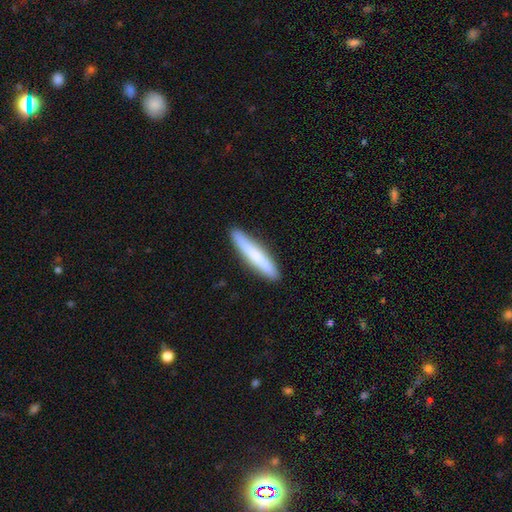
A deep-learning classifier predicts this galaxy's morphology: Smooth or featured?
  - smooth: 71% *
  - featured or disk: 23%
  - star or artifact: 6%
How rounded?
  - cigar-shaped: 94% *
  - in between: 5%
  - round: 1%
Merging?
  - none: 89% *
  - minor disturbance: 8%
  - major disturbance: 2%
  - merger: 1%